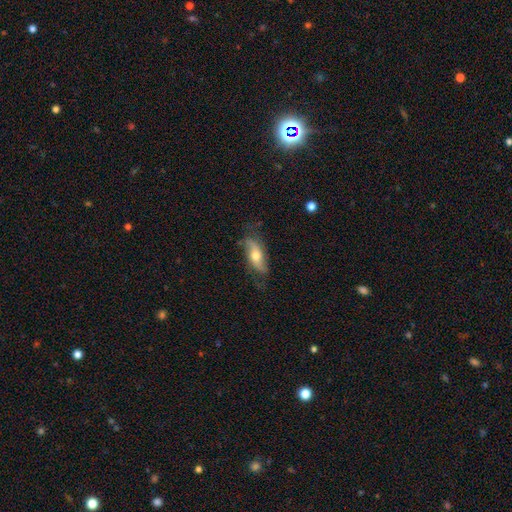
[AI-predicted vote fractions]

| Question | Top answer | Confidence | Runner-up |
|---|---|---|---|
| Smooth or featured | featured or disk | 56% | smooth (38%) |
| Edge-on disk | no | 73% | yes (27%) |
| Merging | none | 67% | minor disturbance (23%) |